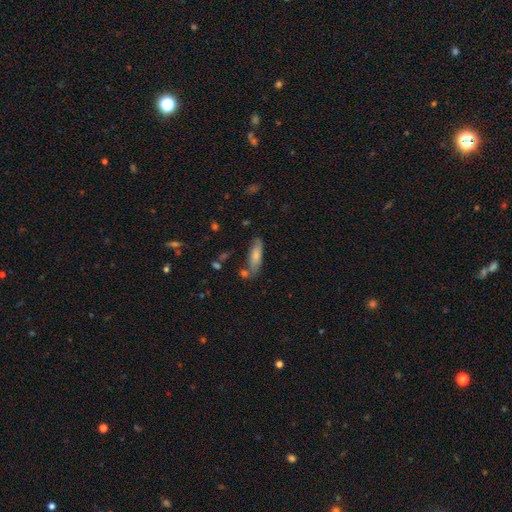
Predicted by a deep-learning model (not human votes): A smooth galaxy with no disk features (70%) that is in between round and cigar-shaped (55%). Merging: none (62%).